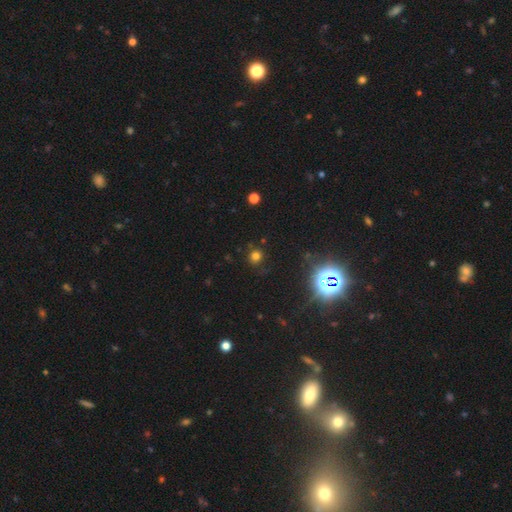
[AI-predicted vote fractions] A smooth galaxy with no disk features (67%) that is round (88%).

Vote fractions:
- Smooth or featured? smooth: 67% / star or artifact: 26% / featured or disk: 6%
- How rounded? round: 88% / in between: 11% / cigar-shaped: 1%
- Merging? none: 82% / minor disturbance: 11% / major disturbance: 4% / merger: 2%